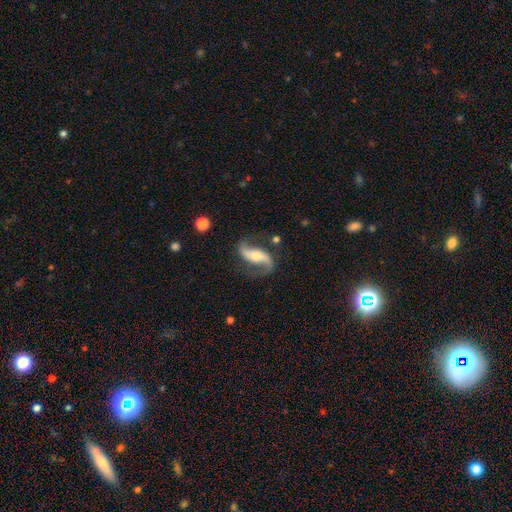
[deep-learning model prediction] Smooth or featured? featured or disk (88%)
Edge-on disk? no (94%)
Bar? strong (39%)
Spiral arms? yes (96%)
Spiral winding? loose (72%)
Spiral arm count? 2 (92%)
Bulge size? moderate (59%)
Merging? none (77%)